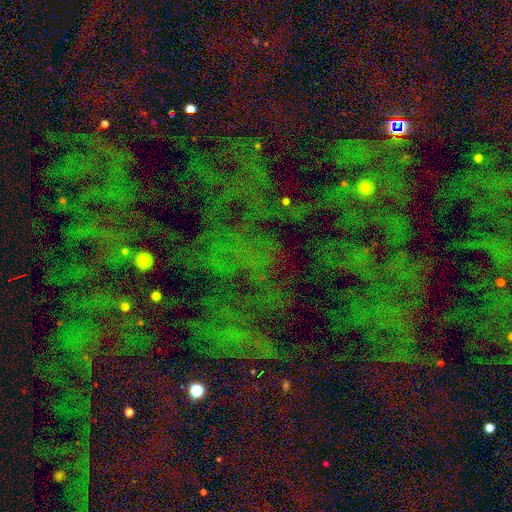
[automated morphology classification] A star or artifact, not a galaxy (76%).